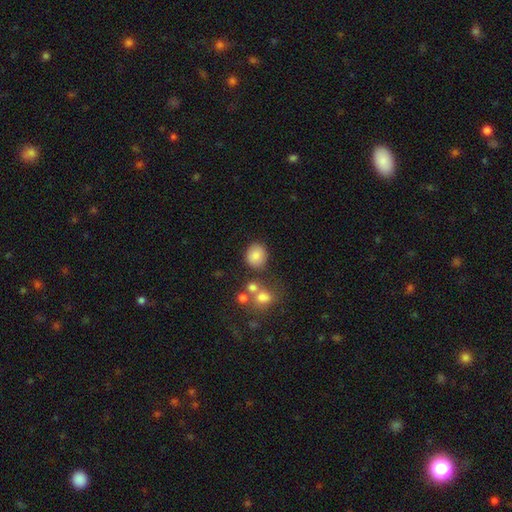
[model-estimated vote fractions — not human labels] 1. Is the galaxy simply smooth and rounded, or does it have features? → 83% smooth, 10% star or artifact, 7% featured or disk.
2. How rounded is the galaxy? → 74% round, 25% in between, 1% cigar-shaped.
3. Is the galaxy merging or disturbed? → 76% none, 12% minor disturbance, 8% merger, 4% major disturbance.